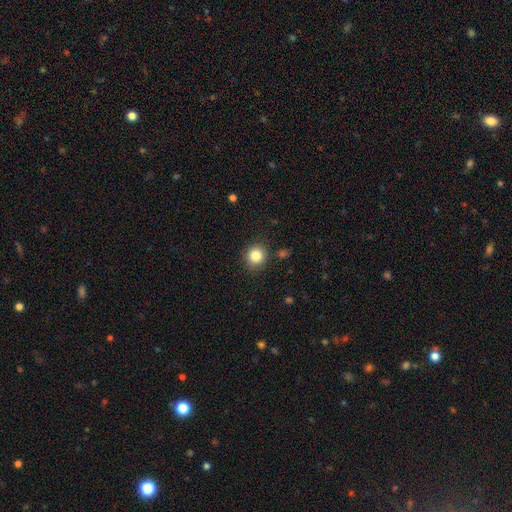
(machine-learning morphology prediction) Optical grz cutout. It shows a smooth galaxy with no disk features (83%) that is round (88%). Merging: none (87%).